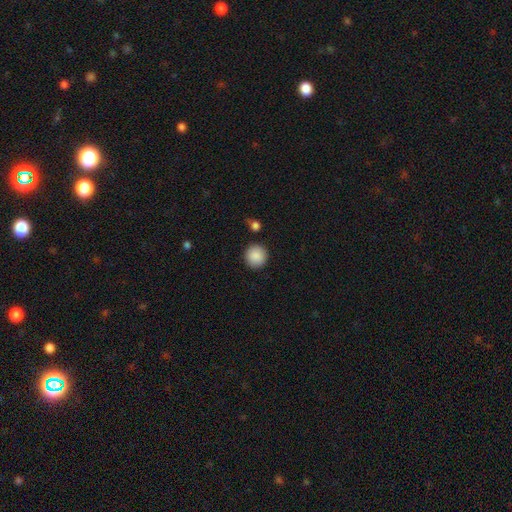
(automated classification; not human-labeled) Overall: smooth (89%). How rounded: round (94%). Merging: none (89%).